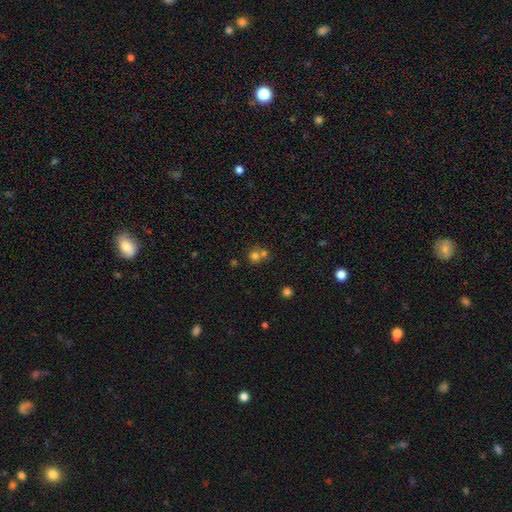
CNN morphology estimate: smooth 67%, star or artifact 20%, featured or disk 13%. Down the decision tree: how rounded — round (86%); merging — merger (47%).